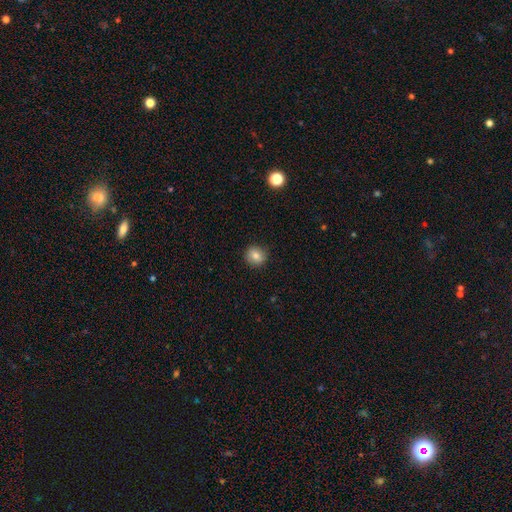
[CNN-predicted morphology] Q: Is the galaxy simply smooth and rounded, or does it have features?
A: smooth — 79%.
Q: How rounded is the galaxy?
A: round — 88%.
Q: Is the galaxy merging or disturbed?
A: none — 89%.